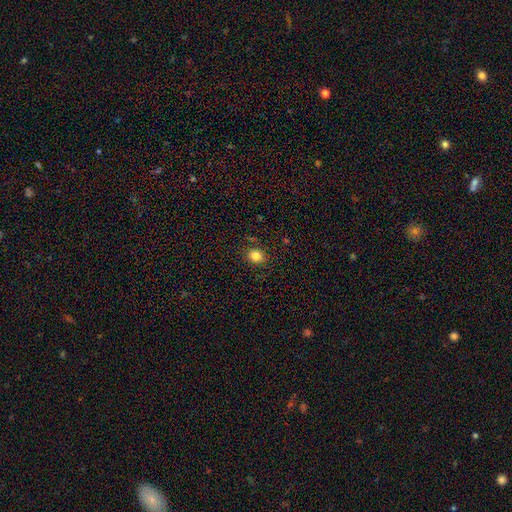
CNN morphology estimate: A smooth galaxy with no disk features (82%) that is round (73%).

Vote fractions:
- Smooth or featured? smooth: 82% / star or artifact: 12% / featured or disk: 6%
- How rounded? round: 73% / in between: 26% / cigar-shaped: 1%
- Merging? none: 86% / minor disturbance: 9% / major disturbance: 3% / merger: 2%